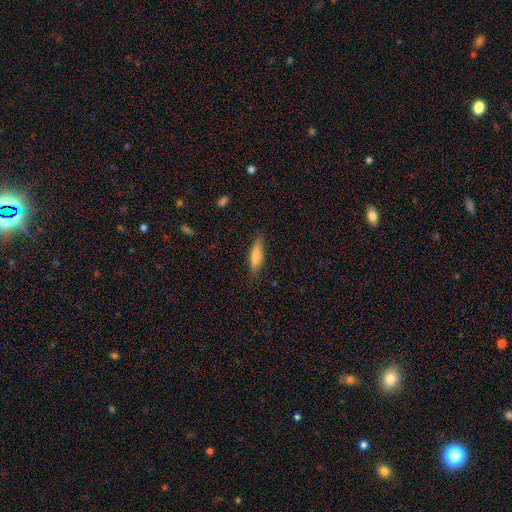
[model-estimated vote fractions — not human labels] Smooth or featured? smooth (66%)
How rounded? cigar-shaped (76%)
Merging? none (84%)